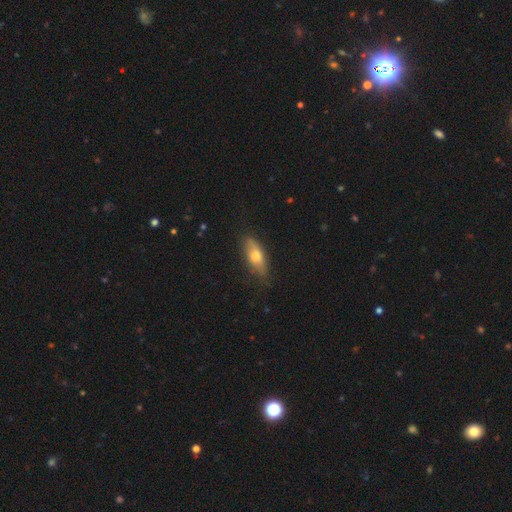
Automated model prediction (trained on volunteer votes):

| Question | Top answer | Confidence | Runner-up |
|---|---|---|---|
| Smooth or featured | smooth | 59% | featured or disk (34%) |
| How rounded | in between | 62% | cigar-shaped (34%) |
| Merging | none | 78% | minor disturbance (18%) |